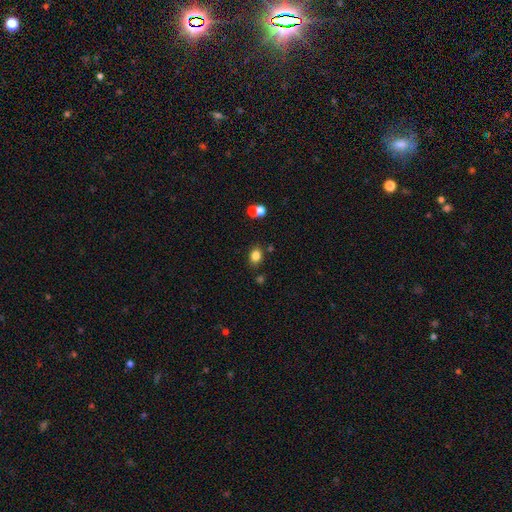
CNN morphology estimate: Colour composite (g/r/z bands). It shows a smooth galaxy with no disk features (82%) that is in between round and cigar-shaped (61%). Merging: none (81%).